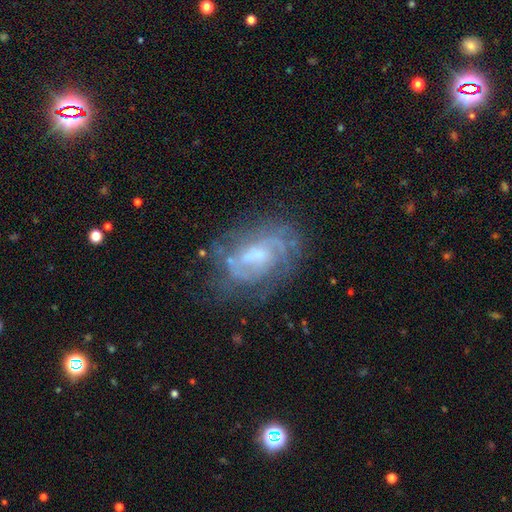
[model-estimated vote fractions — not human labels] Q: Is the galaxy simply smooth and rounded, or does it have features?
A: featured or disk — 76%.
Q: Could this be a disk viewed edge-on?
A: no — 96%.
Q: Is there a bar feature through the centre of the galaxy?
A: weak — 46%.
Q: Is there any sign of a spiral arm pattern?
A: yes — 81%.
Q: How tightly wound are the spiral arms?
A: tight — 51%.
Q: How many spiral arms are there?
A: can't tell — 45%.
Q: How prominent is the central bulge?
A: small — 39%.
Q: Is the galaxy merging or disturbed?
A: none — 61%.